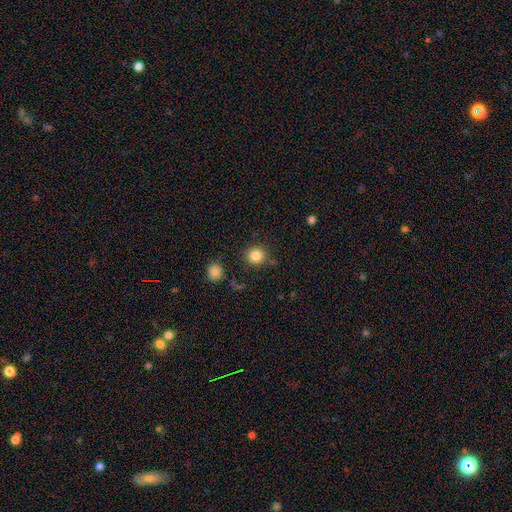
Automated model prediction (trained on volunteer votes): Overall: smooth (84%). How rounded: round (91%). Merging: none (85%).